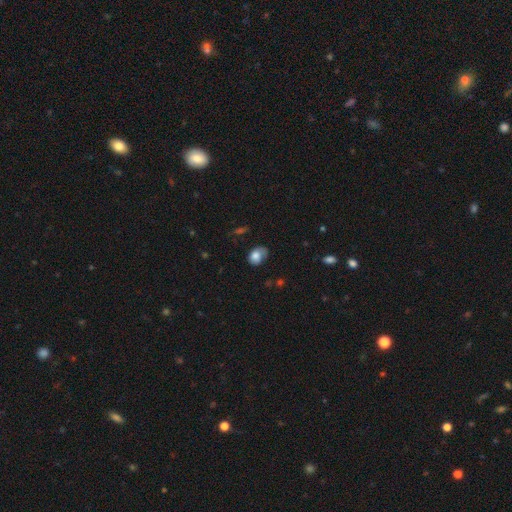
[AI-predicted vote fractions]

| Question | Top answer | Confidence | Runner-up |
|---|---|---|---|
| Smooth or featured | smooth | 75% | featured or disk (17%) |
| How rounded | in between | 68% | round (30%) |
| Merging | none | 45% | minor disturbance (36%) |